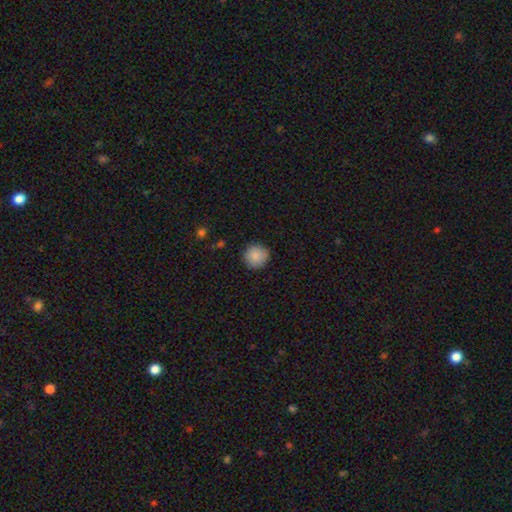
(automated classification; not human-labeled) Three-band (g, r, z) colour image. It shows a smooth galaxy with no disk features (88%) that is round (94%). Merging: none (89%).